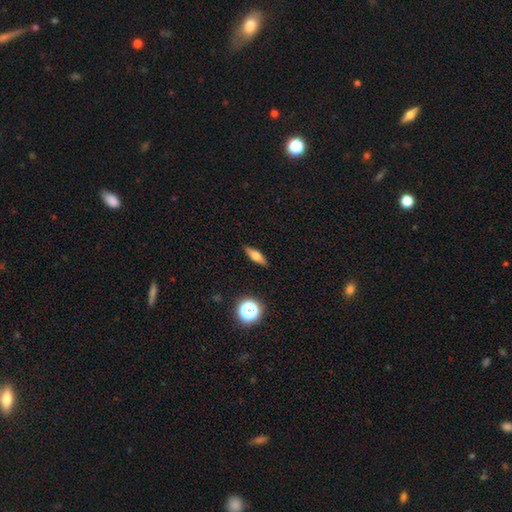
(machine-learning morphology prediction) type=smooth (56%); roundness=cigar-shaped (51%); merging=none (88%).